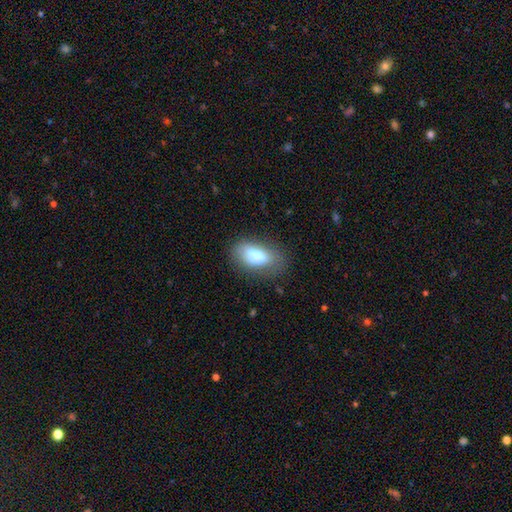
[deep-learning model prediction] smooth-or-featured: smooth: 76% | featured or disk: 15% | star or artifact: 9%
  how-rounded: in between: 89% | round: 6% | cigar-shaped: 5%
  merging: none: 56% | minor disturbance: 24% | major disturbance: 11% | merger: 9%